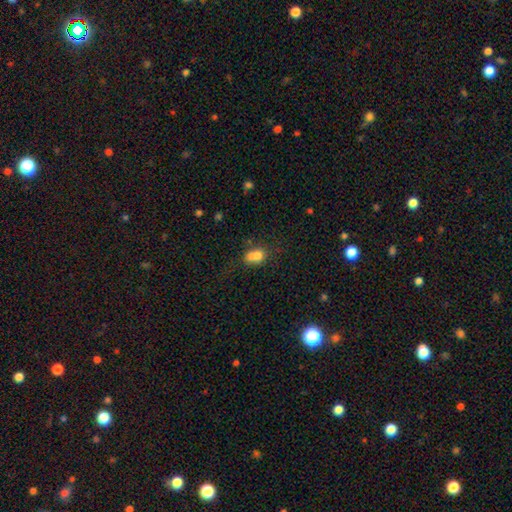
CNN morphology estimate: This is likely a smooth galaxy (72%). How rounded: possibly in between (56%). Merging: possibly merger (46%).